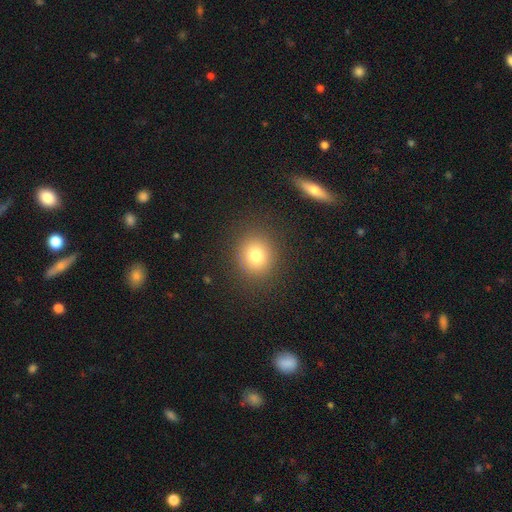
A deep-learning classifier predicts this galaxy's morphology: A smooth galaxy with no disk features (77%) that is round (85%). Merging: none (88%).